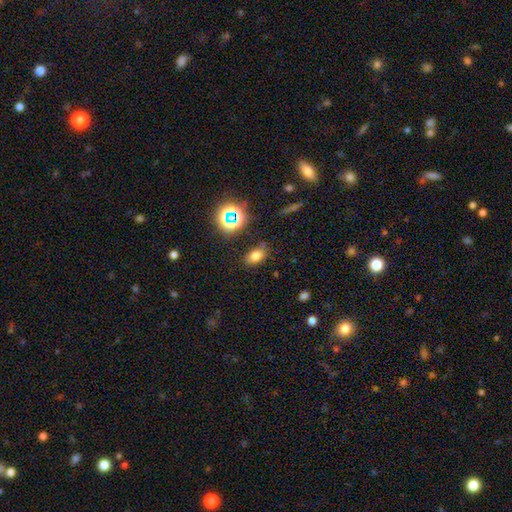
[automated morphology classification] Overall: smooth (73%). How rounded: in between (83%). Merging: none (80%).